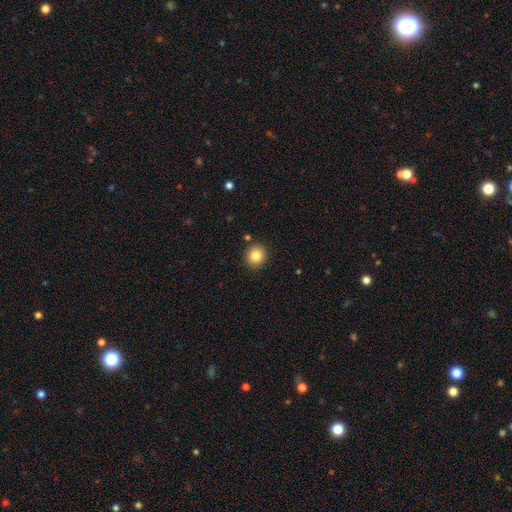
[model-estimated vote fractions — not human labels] A smooth galaxy with no disk features (84%) that is round (89%). Merging: none (89%).